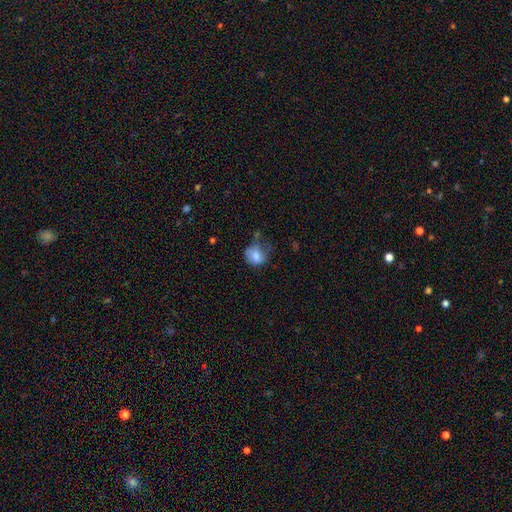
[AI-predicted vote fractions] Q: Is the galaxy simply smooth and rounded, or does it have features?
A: smooth — 74%.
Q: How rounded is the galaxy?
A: round — 62%.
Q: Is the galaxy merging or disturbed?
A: none — 36%.